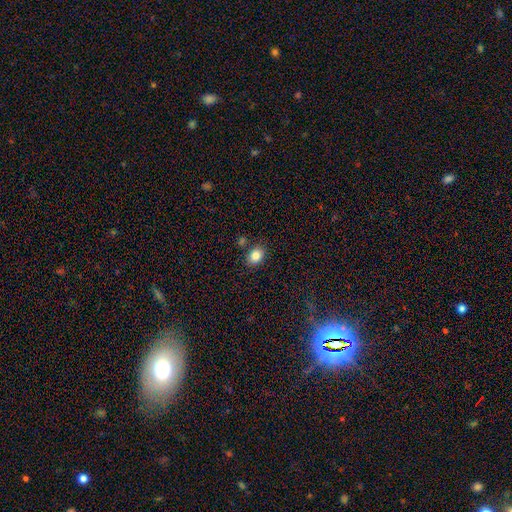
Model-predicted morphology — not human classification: type=smooth (84%); roundness=in between (64%); merging=none (80%).